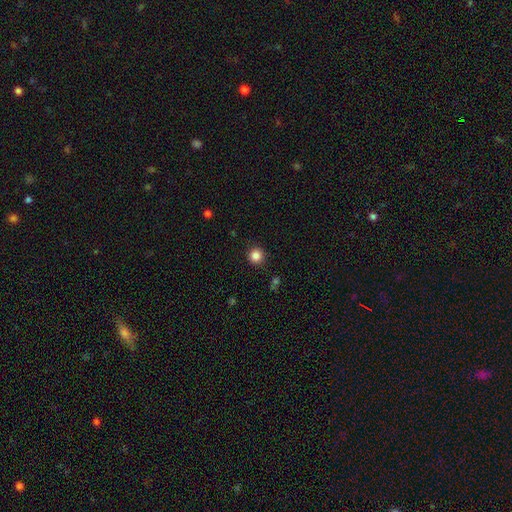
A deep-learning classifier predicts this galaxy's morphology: smooth_or_featured: smooth (p=0.85) [alt: star or artifact p=0.11]
how_rounded: round (p=0.94) [alt: in between p=0.05]
merging: none (p=0.91) [alt: minor disturbance p=0.06]